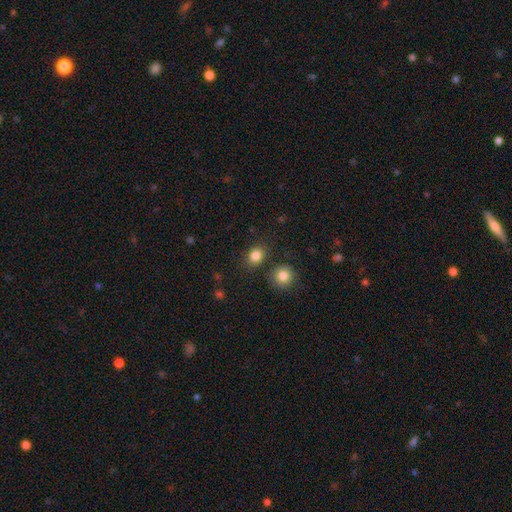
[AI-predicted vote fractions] This is clearly a smooth galaxy (84%). How rounded: possibly round (58%). Merging: clearly none (81%).